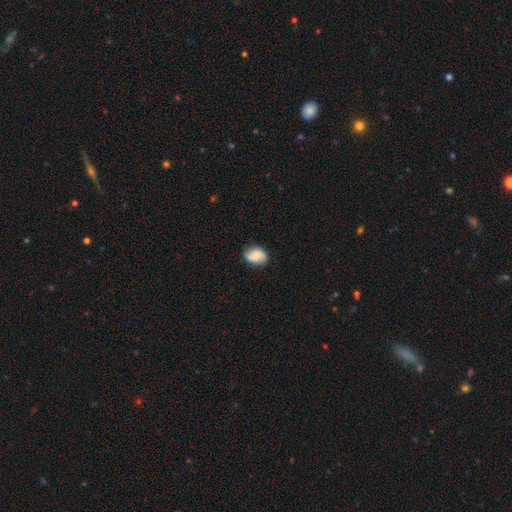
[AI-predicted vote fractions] This is likely a smooth galaxy (75%). How rounded: likely in between (68%). Merging: likely none (66%).